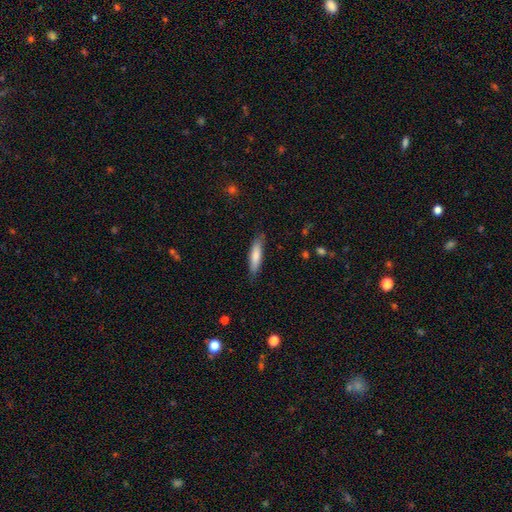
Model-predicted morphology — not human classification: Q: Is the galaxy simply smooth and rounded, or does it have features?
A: smooth — 78%.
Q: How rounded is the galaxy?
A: cigar-shaped — 75%.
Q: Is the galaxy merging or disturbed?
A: none — 81%.